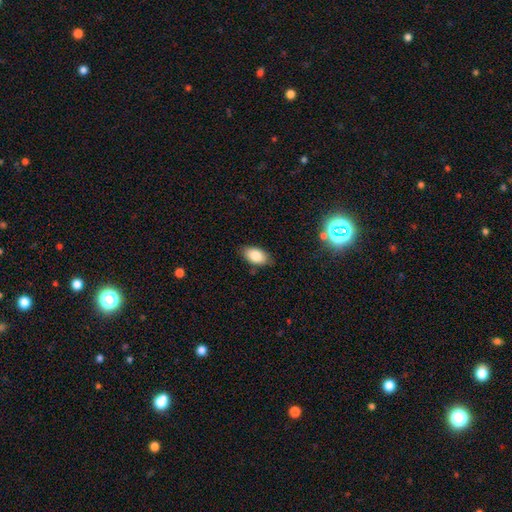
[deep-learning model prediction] A smooth galaxy with no disk features (84%) that is in between round and cigar-shaped (93%).

Vote fractions:
- Smooth or featured? smooth: 84% / star or artifact: 8% / featured or disk: 8%
- How rounded? in between: 93% / round: 5% / cigar-shaped: 2%
- Merging? none: 81% / minor disturbance: 14% / major disturbance: 3% / merger: 2%